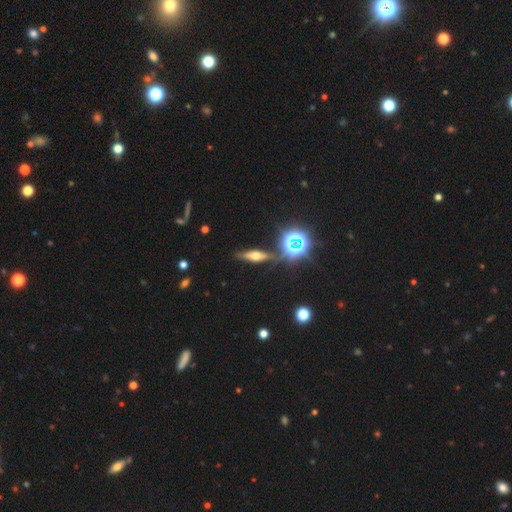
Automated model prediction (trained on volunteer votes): Smooth or featured? Predicted: featured or disk (p=0.43). Merging? Predicted: none (p=0.79).